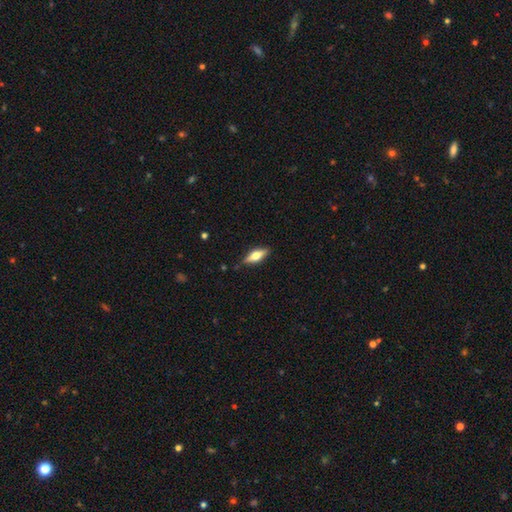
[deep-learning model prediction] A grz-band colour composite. It shows a featured or disk galaxy (50%) viewed edge-on (92%). Merging: none (86%).